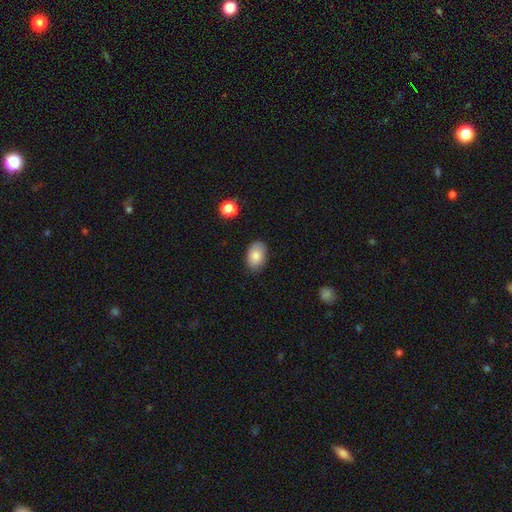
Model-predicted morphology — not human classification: smooth-or-featured: smooth: 83% | featured or disk: 10% | star or artifact: 7%
  how-rounded: in between: 86% | round: 13% | cigar-shaped: 1%
  merging: none: 83% | minor disturbance: 13% | major disturbance: 3% | merger: 1%